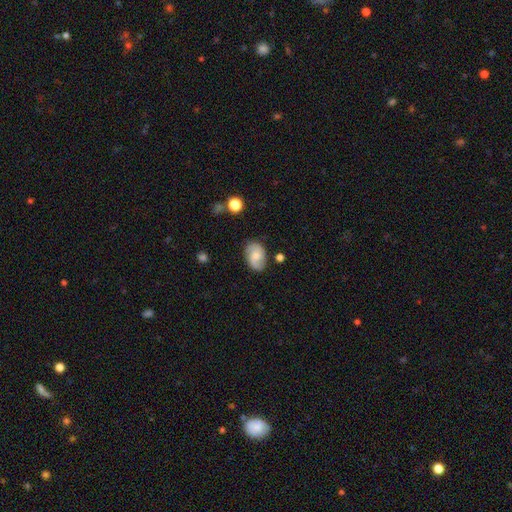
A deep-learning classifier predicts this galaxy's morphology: smooth-or-featured: featured or disk: 63% | smooth: 29% | star or artifact: 7%
  disk-edge-on: no: 97% | yes: 3%
    bar: no: 60% | weak: 35% | strong: 5%
    has-spiral-arms: yes: 93% | no: 7%
      spiral-winding: medium: 46% | loose: 28% | tight: 25%
      spiral-arm-count: 2: 86% | can't tell: 7% | 1: 3% | 3: 2% | 4: 1% | more than 4: 1%
    bulge-size: moderate: 43% | small: 39% | none: 12% | large: 5% | dominant: 2%
  merging: none: 78% | minor disturbance: 16% | major disturbance: 4% | merger: 2%